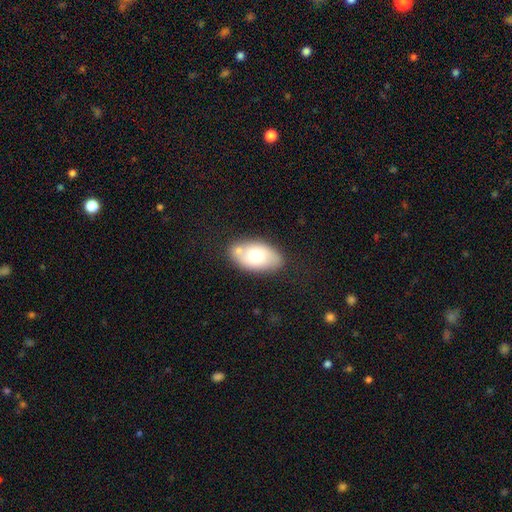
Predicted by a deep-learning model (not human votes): Morphology: type=smooth (65%); roundness=in between (91%); merging=none (67%).